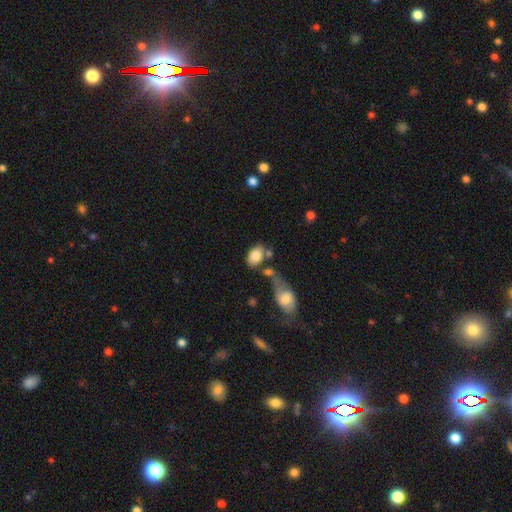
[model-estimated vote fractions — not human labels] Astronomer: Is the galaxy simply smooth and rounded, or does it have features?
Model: smooth — 82%.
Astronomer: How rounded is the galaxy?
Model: in between — 87%.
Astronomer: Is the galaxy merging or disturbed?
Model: none — 56%.